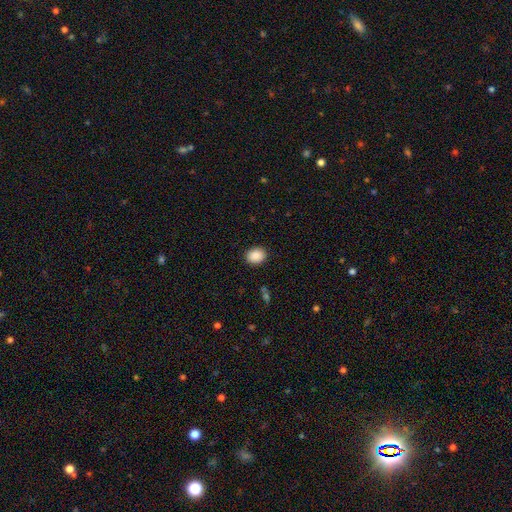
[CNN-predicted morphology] smooth 89%, star or artifact 8%, featured or disk 3%. Down the decision tree: how rounded — in between (53%); merging — none (90%).